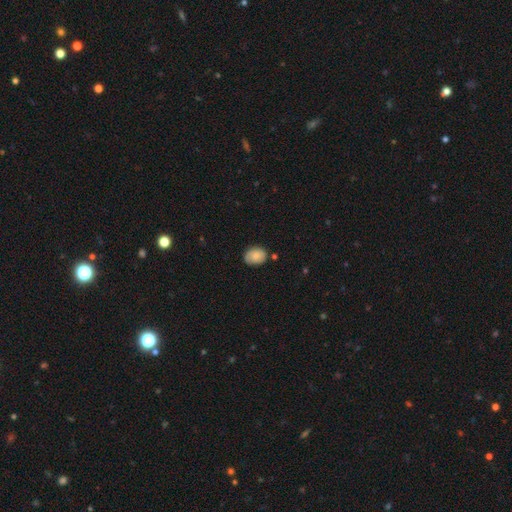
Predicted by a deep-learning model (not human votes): Overall: smooth (77%). How rounded: in between (62%; round 37%). Merging: none (71%).